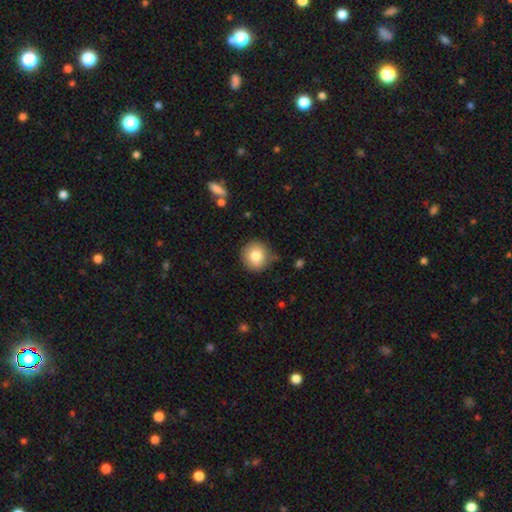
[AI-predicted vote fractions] Smooth or featured? Predicted: smooth (p=0.82). How rounded? Predicted: round (p=0.91). Merging? Predicted: none (p=0.79).